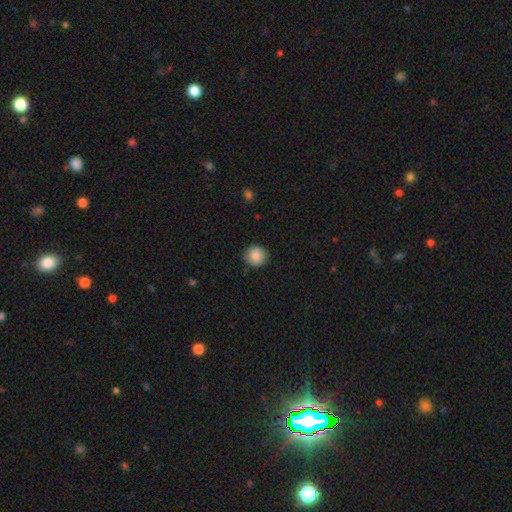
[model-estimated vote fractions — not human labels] Morphology: type=smooth (88%); roundness=round (89%); merging=none (87%).